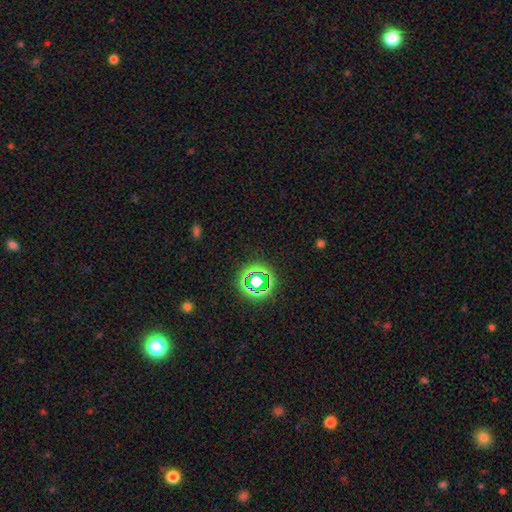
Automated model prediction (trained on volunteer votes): Smooth or featured?
  - star or artifact: 72% *
  - smooth: 21%
  - featured or disk: 7%